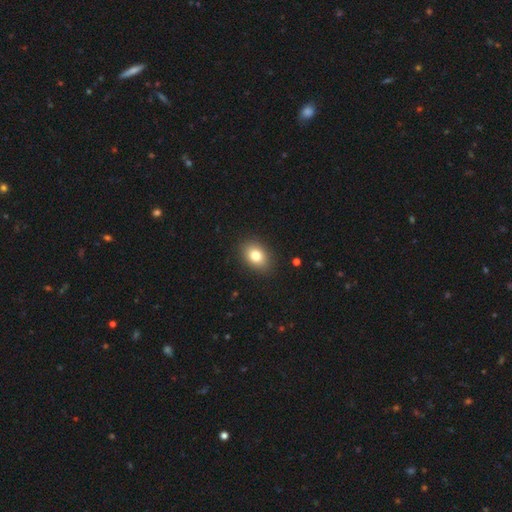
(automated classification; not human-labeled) Smooth or featured: smooth — 80% (featured or disk — 10%)
How rounded: in between — 73% (round — 26%)
Merging: none — 89% (minor disturbance — 8%)